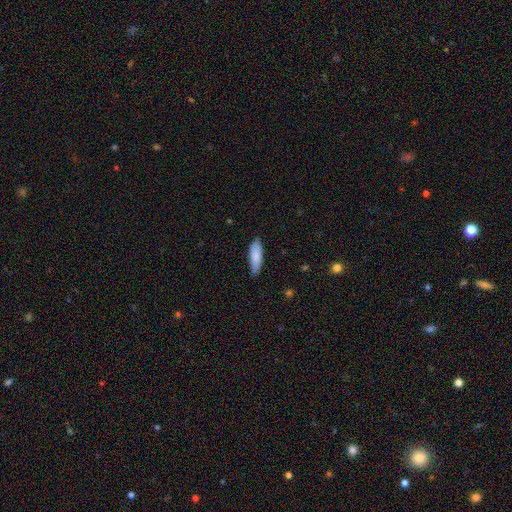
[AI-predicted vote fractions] smooth-or-featured: smooth: 85% | featured or disk: 10% | star or artifact: 6%
  how-rounded: in between: 58% | cigar-shaped: 41% | round: 2%
  merging: none: 78% | minor disturbance: 19% | major disturbance: 2% | merger: 1%